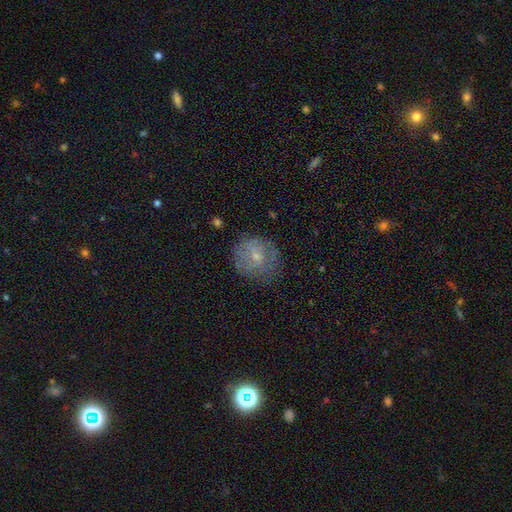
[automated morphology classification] smooth_or_featured: smooth (p=0.51) [alt: featured or disk p=0.40]
how_rounded: round (p=0.80) [alt: in between p=0.19]
merging: none (p=0.67) [alt: minor disturbance p=0.21]